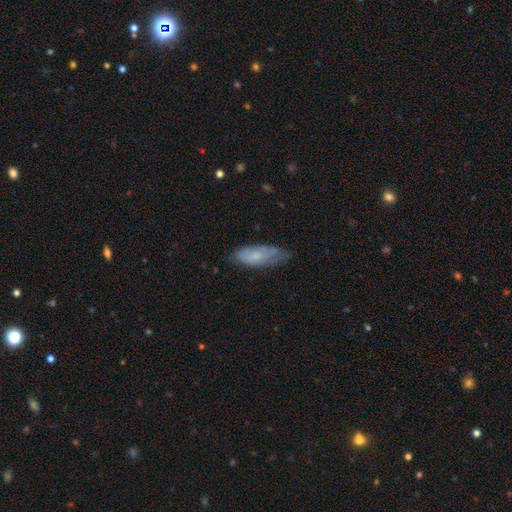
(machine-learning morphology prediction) Smooth or featured? Predicted: smooth (p=0.65). How rounded? Predicted: in between (p=0.72). Merging? Predicted: none (p=0.57).